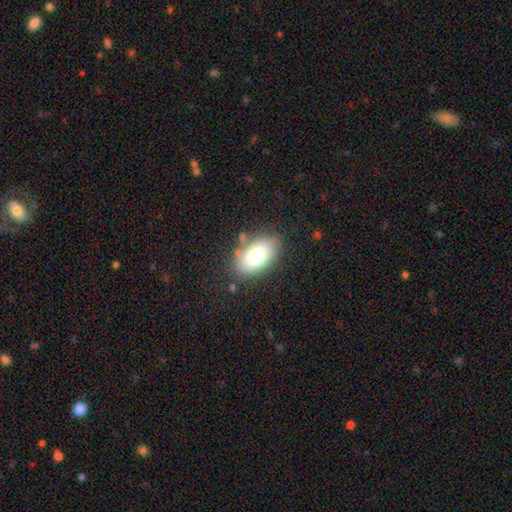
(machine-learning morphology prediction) A smooth galaxy with no disk features (79%) that is in between round and cigar-shaped (92%).

Vote fractions:
- Smooth or featured? smooth: 79% / featured or disk: 14% / star or artifact: 8%
- How rounded? in between: 92% / round: 6% / cigar-shaped: 2%
- Merging? none: 78% / minor disturbance: 14% / major disturbance: 5% / merger: 3%